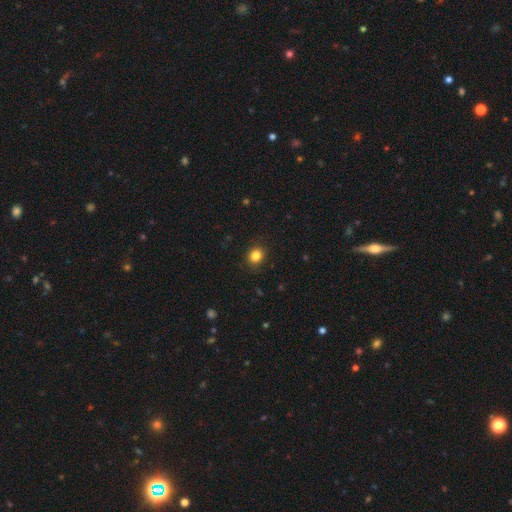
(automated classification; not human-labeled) smooth-or-featured: smooth: 85% | star or artifact: 11% | featured or disk: 4%
  how-rounded: round: 66% | in between: 33% | cigar-shaped: 1%
  merging: none: 88% | minor disturbance: 8% | major disturbance: 2% | merger: 1%